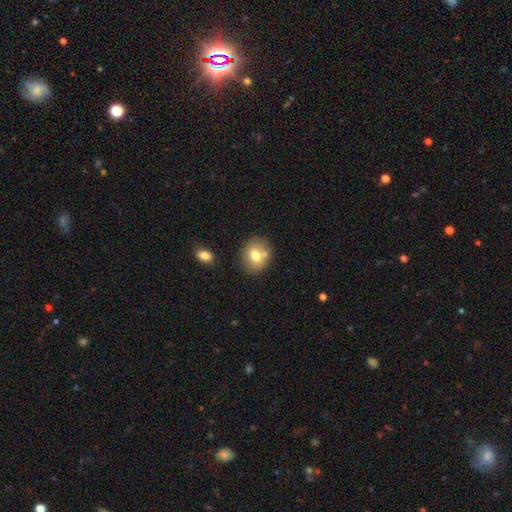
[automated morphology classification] Smooth or featured: smooth — 71% (featured or disk — 20%)
How rounded: round — 61% (in between — 38%)
Merging: none — 68% (merger — 15%)